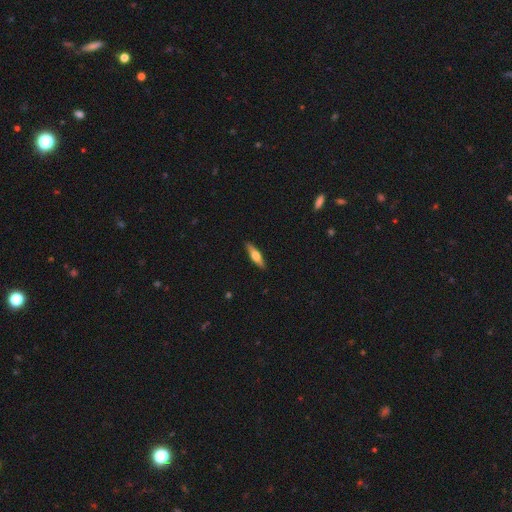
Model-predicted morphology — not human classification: smooth_or_featured: featured or disk (p=0.50) [alt: smooth p=0.44]
disk_edge_on: yes (p=0.93) [alt: no p=0.07]
merging: none (p=0.90) [alt: minor disturbance p=0.07]